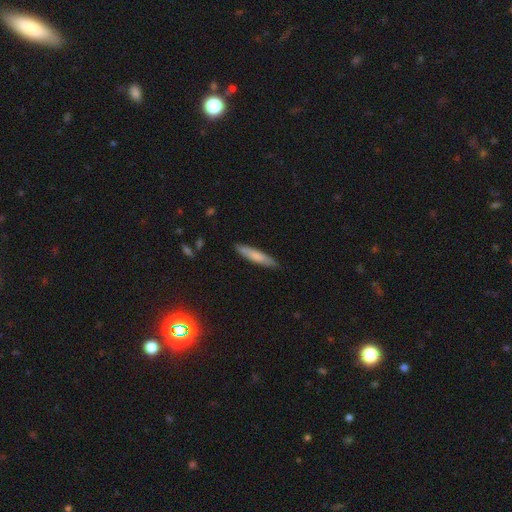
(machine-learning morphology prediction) Smooth or featured: smooth — 73% (featured or disk — 21%)
How rounded: cigar-shaped — 87% (in between — 11%)
Merging: none — 87% (minor disturbance — 10%)